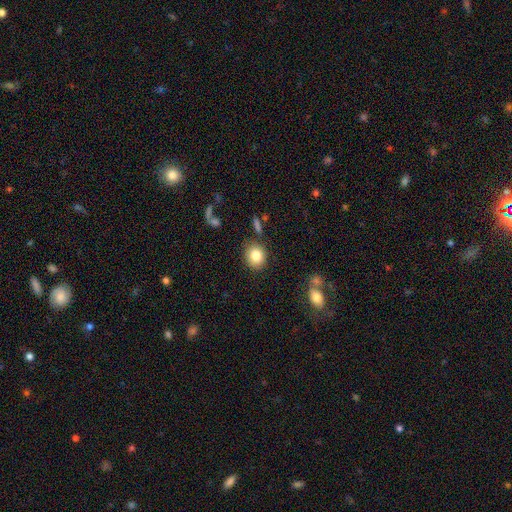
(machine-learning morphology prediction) type=smooth (83%); roundness=round (75%); merging=none (83%).